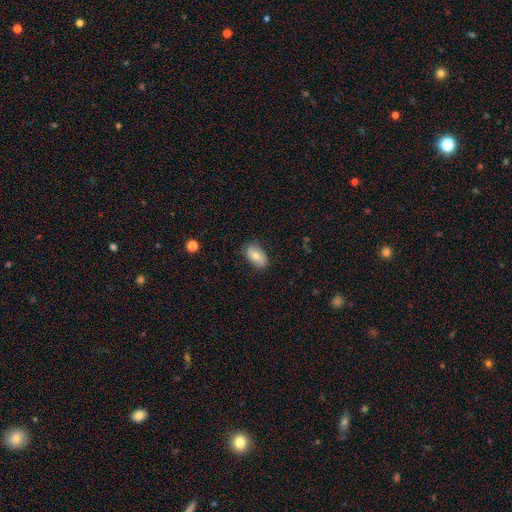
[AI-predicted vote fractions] Overall: smooth (70%). How rounded: in between (92%). Merging: none (83%).